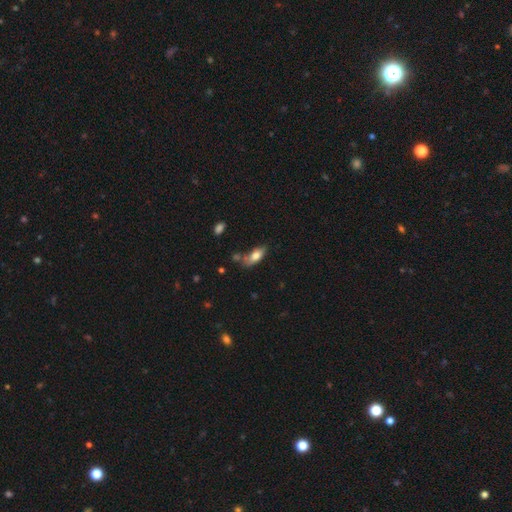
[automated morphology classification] Smooth or featured?
  - smooth: 74% *
  - featured or disk: 18%
  - star or artifact: 8%
How rounded?
  - in between: 82% *
  - cigar-shaped: 15%
  - round: 3%
Merging?
  - none: 55% *
  - minor disturbance: 24%
  - merger: 14%
  - major disturbance: 7%